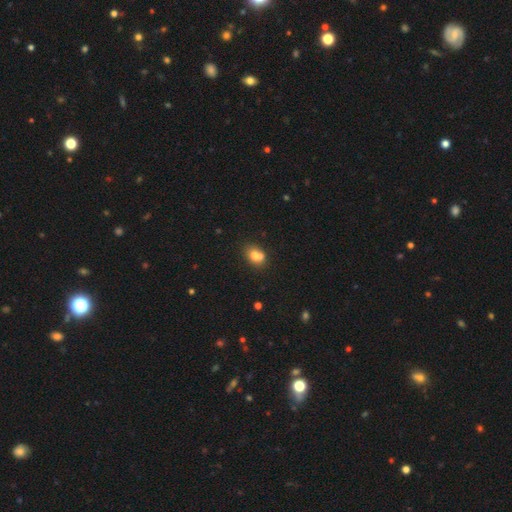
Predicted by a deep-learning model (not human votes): A smooth galaxy with no disk features (74%) that is in between round and cigar-shaped (51%).

Vote fractions:
- Smooth or featured? smooth: 74% / featured or disk: 15% / star or artifact: 11%
- How rounded? in between: 51% / round: 48% / cigar-shaped: 1%
- Merging? none: 46% / merger: 35% / minor disturbance: 14% / major disturbance: 4%